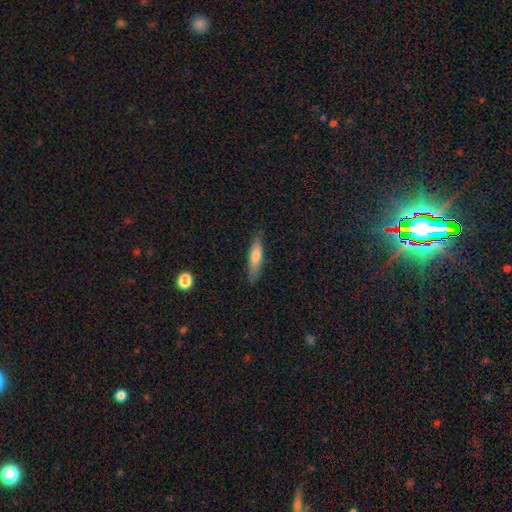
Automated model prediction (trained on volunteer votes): smooth-or-featured: smooth: 64% | featured or disk: 30% | star or artifact: 7%
  how-rounded: cigar-shaped: 74% | in between: 24% | round: 2%
  merging: none: 83% | minor disturbance: 13% | major disturbance: 3% | merger: 1%